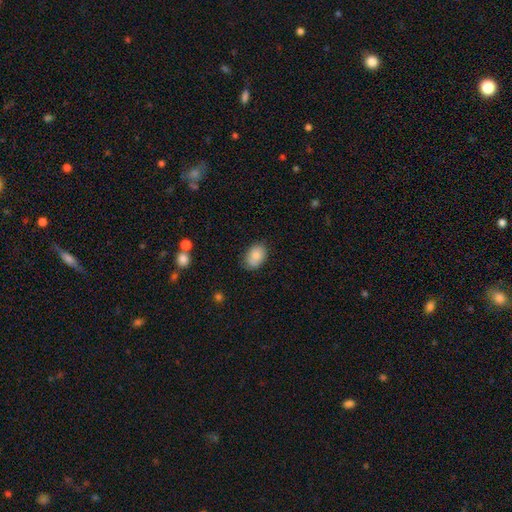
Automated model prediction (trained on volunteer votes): Smooth or featured: smooth — 85% (star or artifact — 7%)
How rounded: in between — 84% (round — 15%)
Merging: none — 75% (minor disturbance — 20%)